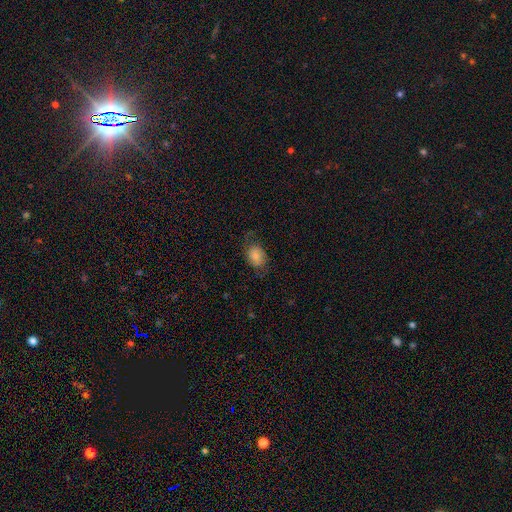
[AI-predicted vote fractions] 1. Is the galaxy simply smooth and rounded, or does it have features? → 73% smooth, 19% featured or disk, 8% star or artifact.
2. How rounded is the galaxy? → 75% in between, 24% round, 1% cigar-shaped.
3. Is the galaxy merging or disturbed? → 58% none, 25% minor disturbance, 15% major disturbance, 1% merger.